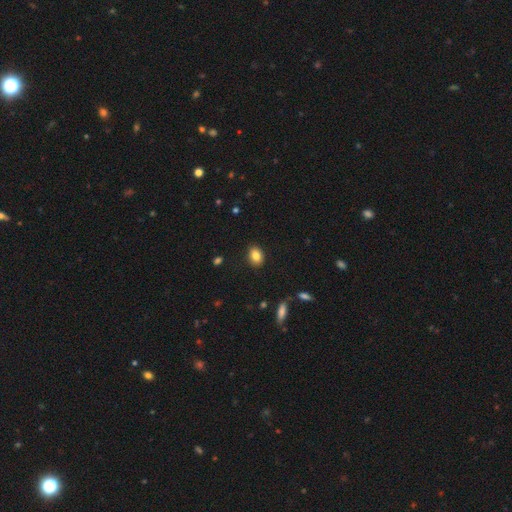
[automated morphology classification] Smooth or featured? Predicted: smooth (p=0.84). How rounded? Predicted: in between (p=0.74). Merging? Predicted: none (p=0.88).